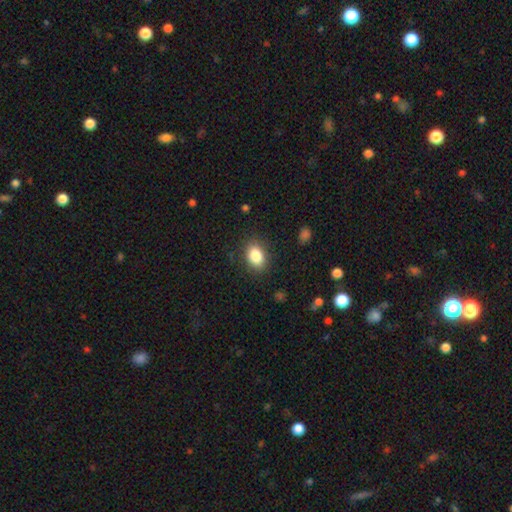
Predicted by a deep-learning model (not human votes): smooth 85%, star or artifact 9%, featured or disk 6%. Down the decision tree: how rounded — in between (75%); merging — none (85%).